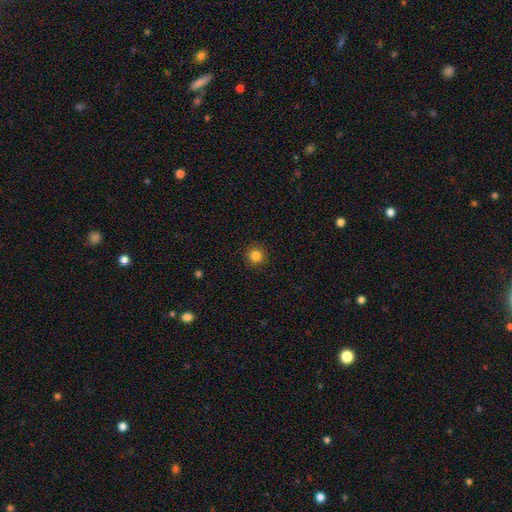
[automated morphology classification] This appears to be a smooth galaxy with no disk features (84%) that is round (94%). Merging: none (92%).